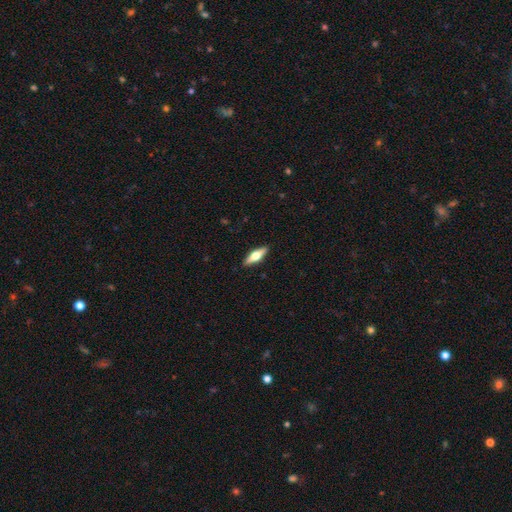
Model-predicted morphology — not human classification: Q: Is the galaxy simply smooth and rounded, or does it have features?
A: smooth — 47%, tied with featured or disk.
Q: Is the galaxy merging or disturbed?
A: none — 90%.